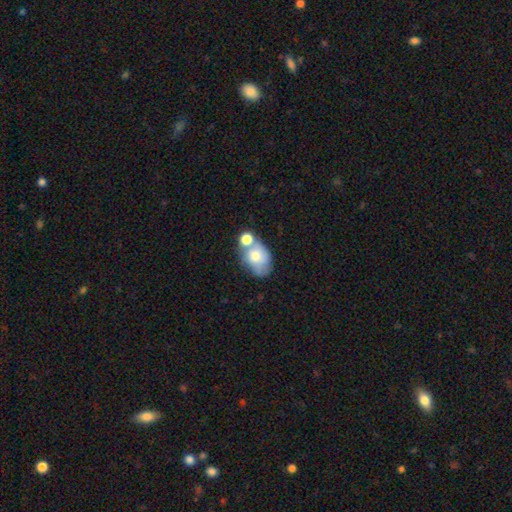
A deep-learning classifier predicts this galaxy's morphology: type=smooth (64%); roundness=in between (75%); merging=merger (41%).